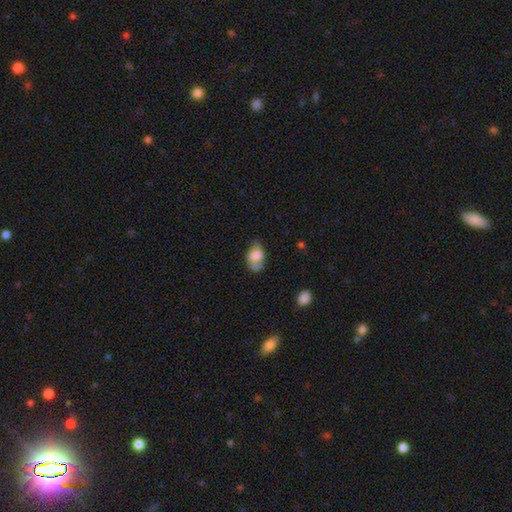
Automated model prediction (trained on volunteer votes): Smooth or featured: smooth — 62% (featured or disk — 30%)
How rounded: in between — 88% (round — 11%)
Merging: none — 51% (minor disturbance — 31%)